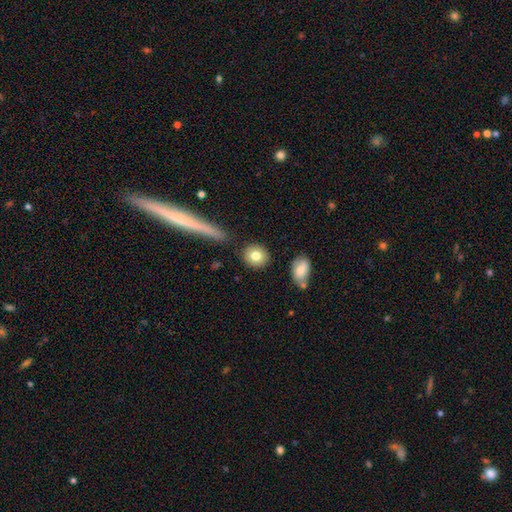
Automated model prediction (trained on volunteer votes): Q: Smooth or featured?
A: smooth (80%); runner-up: featured or disk (12%)
Q: How rounded?
A: round (81%); runner-up: in between (17%)
Q: Merging?
A: none (86%); runner-up: minor disturbance (8%)